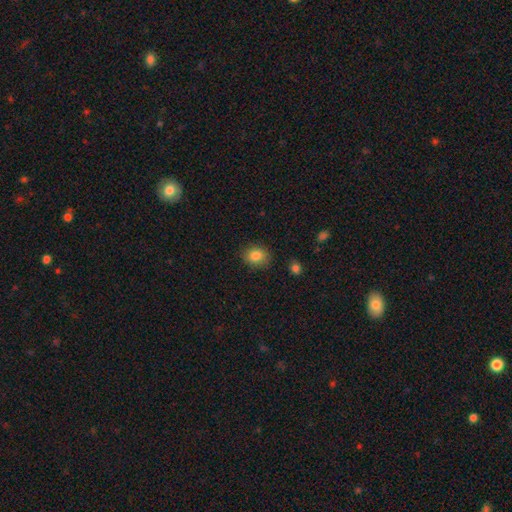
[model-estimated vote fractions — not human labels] This is clearly a smooth galaxy (84%). How rounded: possibly round (57%). Merging: clearly none (84%).